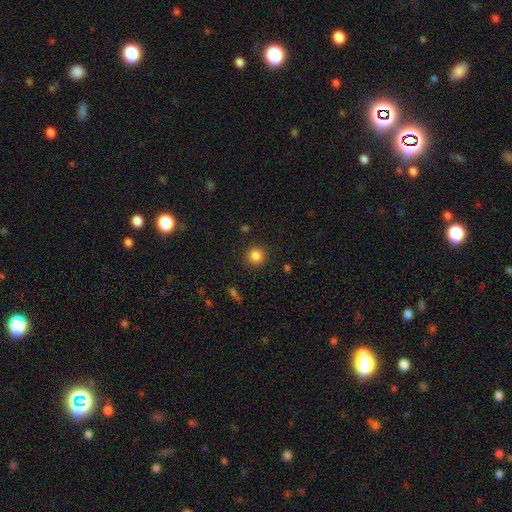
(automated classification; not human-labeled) A smooth galaxy with no disk features (84%) that is round (93%). Merging: none (90%).